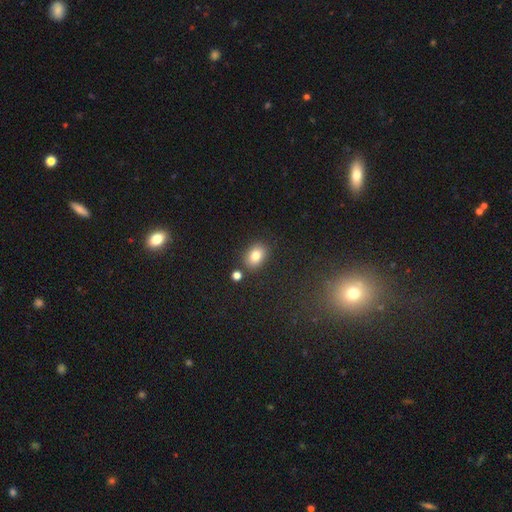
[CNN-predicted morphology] This is clearly a smooth galaxy (81%). How rounded: likely in between (69%). Merging: clearly none (82%).